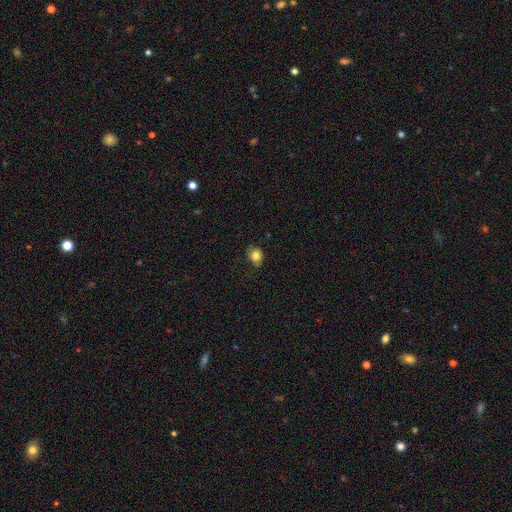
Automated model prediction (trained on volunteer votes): smooth_or_featured: smooth (p=0.82) [alt: star or artifact p=0.10]
how_rounded: round (p=0.61) [alt: in between p=0.38]
merging: none (p=0.73) [alt: minor disturbance p=0.21]